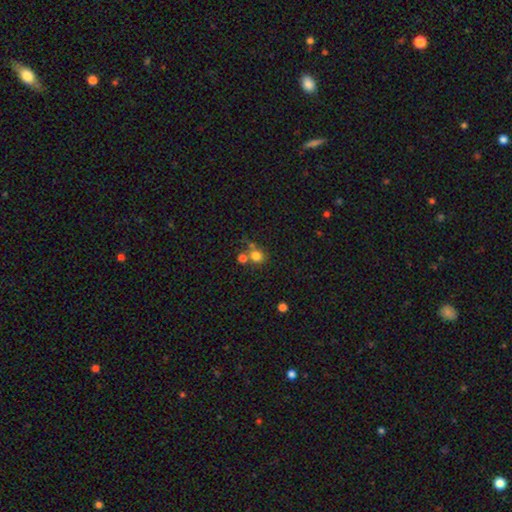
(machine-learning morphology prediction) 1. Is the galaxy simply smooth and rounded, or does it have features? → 78% smooth, 13% star or artifact, 9% featured or disk.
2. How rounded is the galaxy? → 82% round, 17% in between, 1% cigar-shaped.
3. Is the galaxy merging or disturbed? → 54% none, 32% merger, 10% minor disturbance, 5% major disturbance.